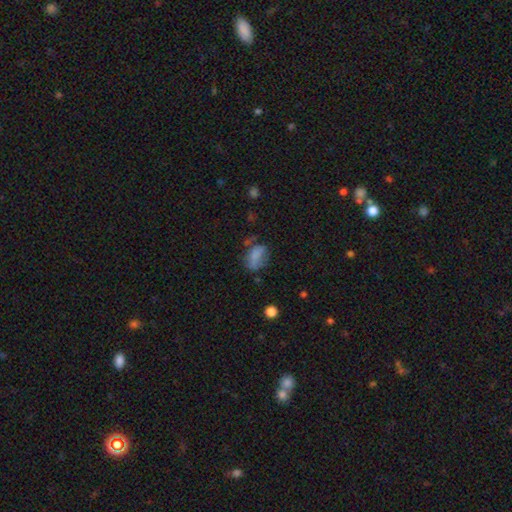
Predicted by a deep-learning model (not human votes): Smooth or featured? smooth (69%)
How rounded? in between (83%)
Merging? none (39%)